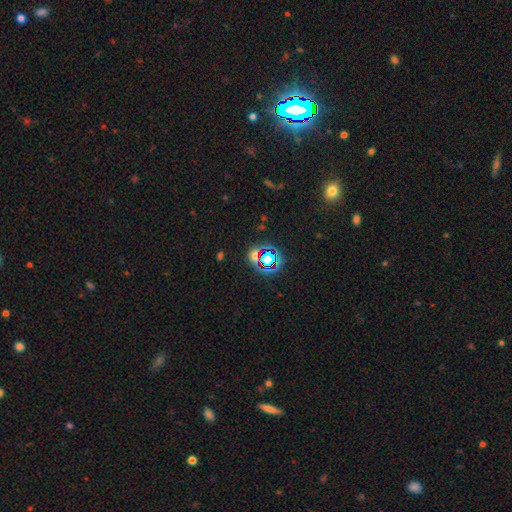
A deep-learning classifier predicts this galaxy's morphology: smooth_or_featured: star or artifact (p=0.66) [alt: smooth p=0.24]